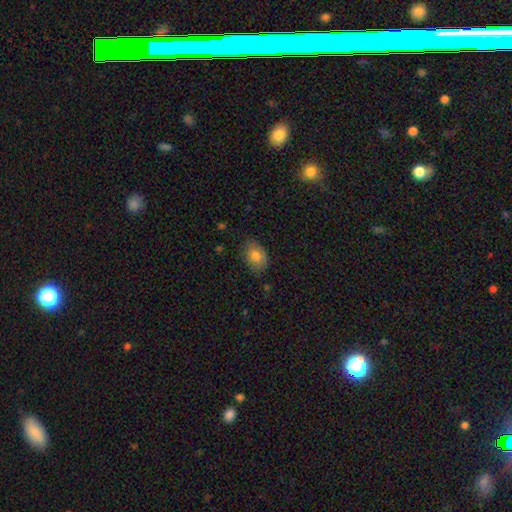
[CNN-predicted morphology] This appears to be a smooth galaxy with no disk features (79%) that is in between round and cigar-shaped (80%). Merging: none (76%).